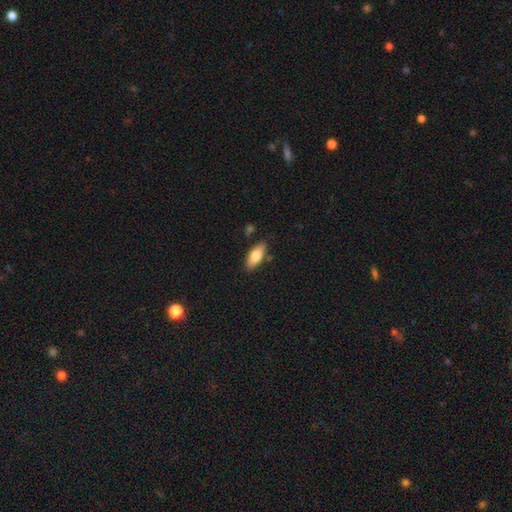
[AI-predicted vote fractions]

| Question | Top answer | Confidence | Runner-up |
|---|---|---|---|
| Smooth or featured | smooth | 74% | featured or disk (20%) |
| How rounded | in between | 80% | cigar-shaped (18%) |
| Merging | none | 81% | minor disturbance (13%) |